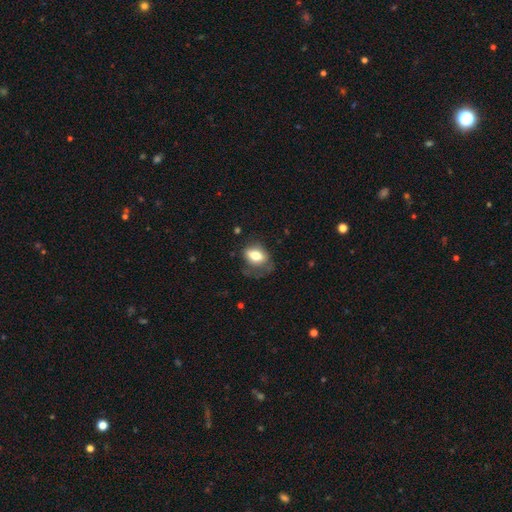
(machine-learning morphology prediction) Smooth or featured: smooth — 68% (featured or disk — 24%)
How rounded: in between — 78% (round — 19%)
Merging: none — 49% (minor disturbance — 28%)